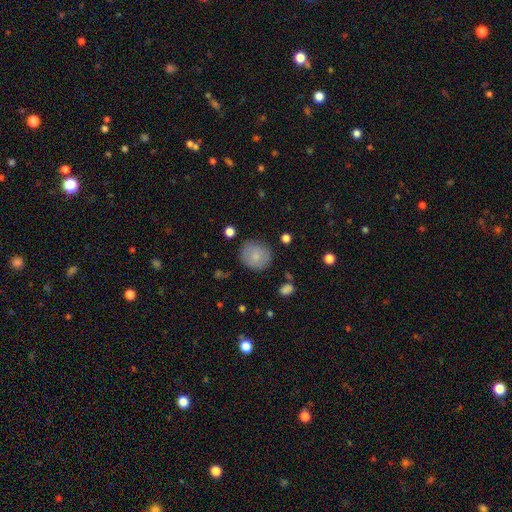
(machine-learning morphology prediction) Smooth or featured? Predicted: smooth (p=0.79). How rounded? Predicted: round (p=0.83). Merging? Predicted: none (p=0.82).